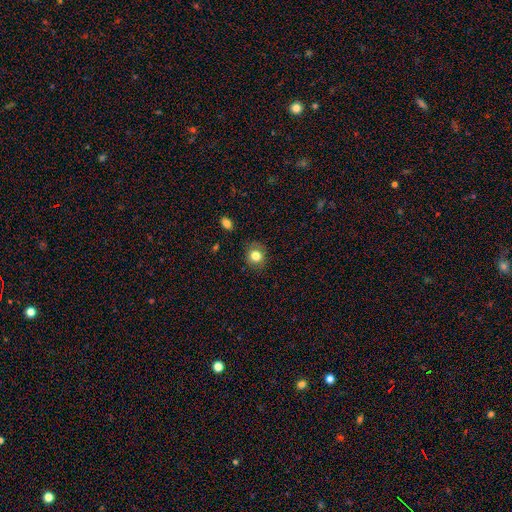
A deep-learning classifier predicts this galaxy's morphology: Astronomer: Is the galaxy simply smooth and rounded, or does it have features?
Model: smooth — 81%.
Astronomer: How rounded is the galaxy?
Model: round — 77%.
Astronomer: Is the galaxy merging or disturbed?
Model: none — 84%.